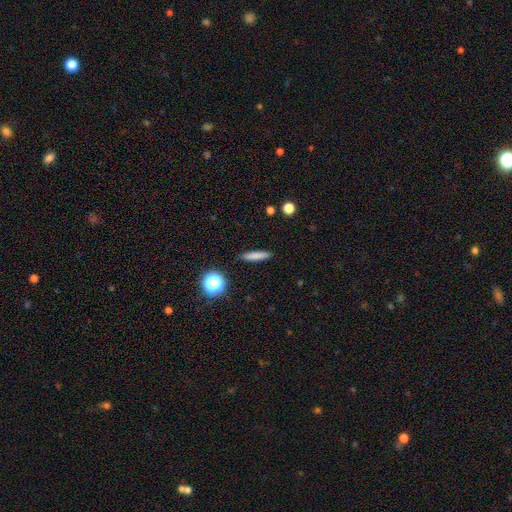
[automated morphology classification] type=smooth (78%); roundness=cigar-shaped (86%); merging=none (90%).